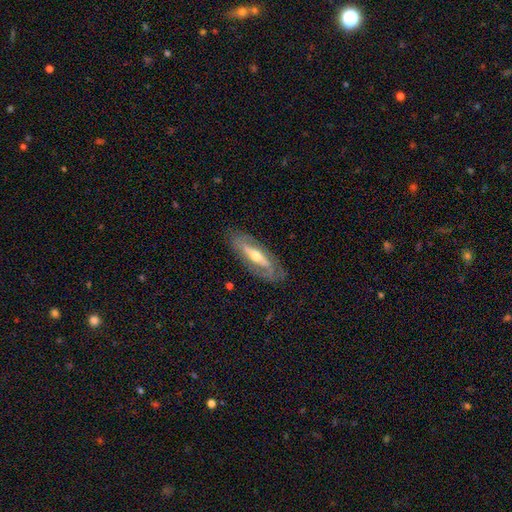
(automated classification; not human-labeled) Smooth or featured? Predicted: featured or disk (p=0.73). Edge-on disk? Predicted: no (p=0.70). Bar? Predicted: strong (p=0.44). Spiral arms? Predicted: yes (p=0.67). Bulge size? Predicted: moderate (p=0.65). Merging? Predicted: none (p=0.80).